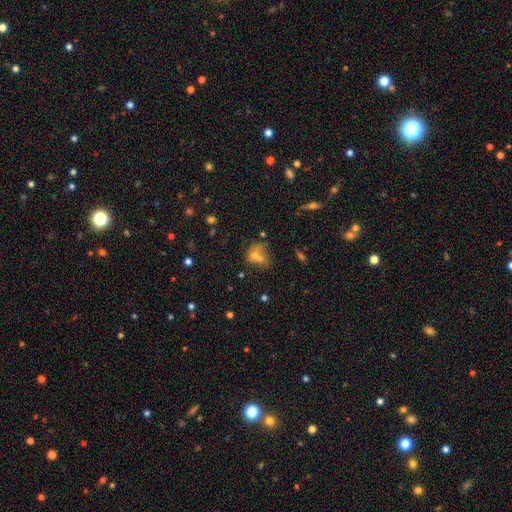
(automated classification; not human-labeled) smooth 63%, featured or disk 20%, star or artifact 17%. Down the decision tree: how rounded — in between (50%); merging — merger (52%).